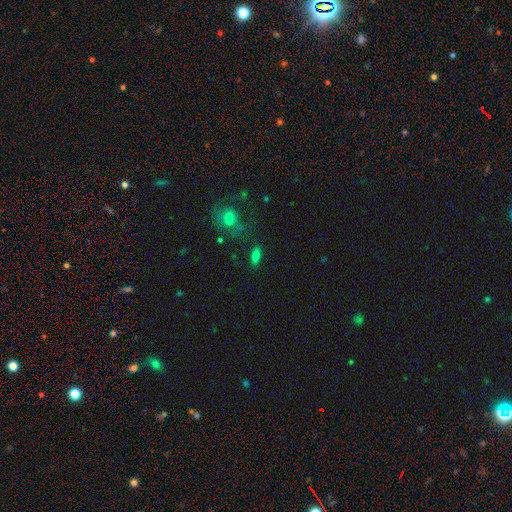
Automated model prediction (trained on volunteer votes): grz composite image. It shows a smooth galaxy with no disk features (77%) that is in between round and cigar-shaped (82%). Merging: none (80%).